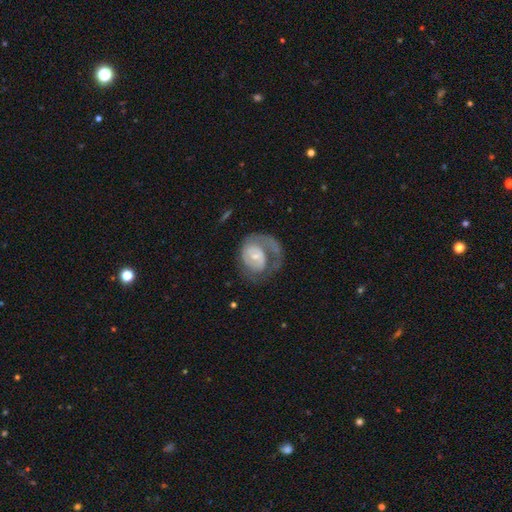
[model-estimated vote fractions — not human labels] Smooth or featured? Predicted: featured or disk (p=0.72). Edge-on disk? Predicted: no (p=0.98). Bar? Predicted: no (p=0.57). Spiral arms? Predicted: yes (p=0.81). Spiral winding? Predicted: tight (p=0.43). Spiral arm count? Predicted: 1 (p=0.58). Bulge size? Predicted: small (p=0.62). Merging? Predicted: major disturbance (p=0.46).